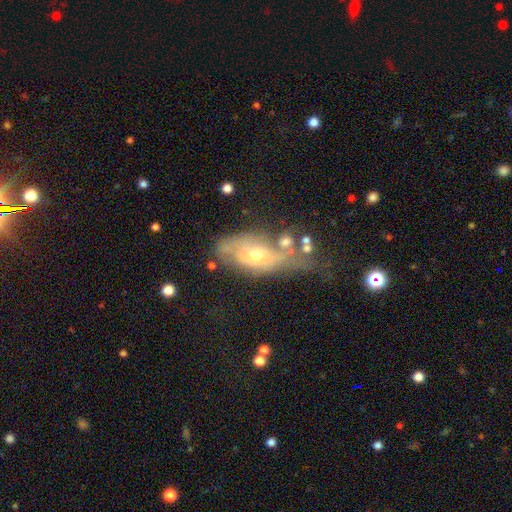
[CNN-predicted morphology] Smooth or featured?
  - featured or disk: 51% *
  - smooth: 38%
  - star or artifact: 11%
Edge-on disk?
  - no: 83% *
  - yes: 17%
Merging?
  - major disturbance: 33% *
  - none: 26%
  - minor disturbance: 23%
  - merger: 18%